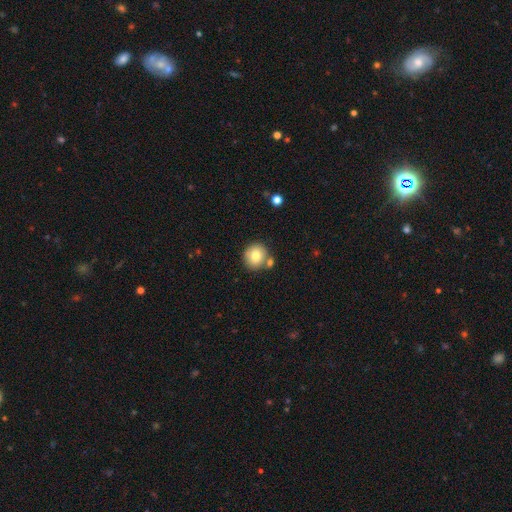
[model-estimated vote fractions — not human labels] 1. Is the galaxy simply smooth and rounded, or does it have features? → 78% smooth, 13% featured or disk, 9% star or artifact.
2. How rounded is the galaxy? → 89% round, 10% in between, 1% cigar-shaped.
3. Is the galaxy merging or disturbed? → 71% none, 16% merger, 10% minor disturbance, 3% major disturbance.